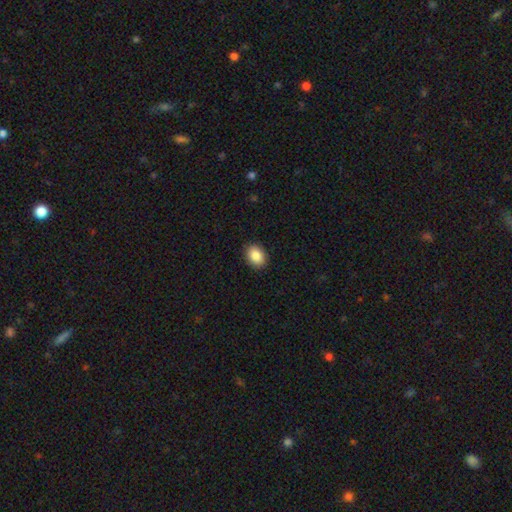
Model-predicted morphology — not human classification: Overall: smooth (87%). How rounded: in between (66%; round 33%). Merging: none (90%).